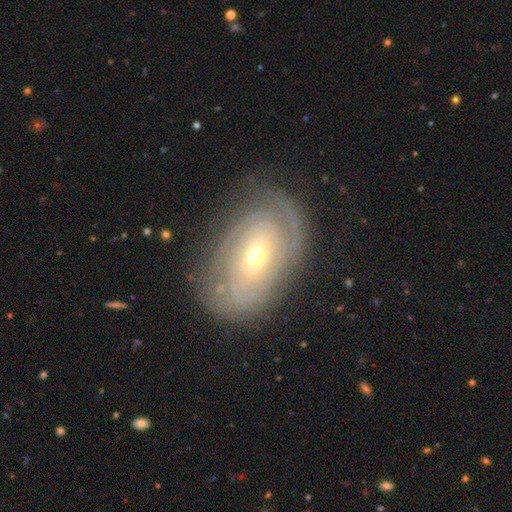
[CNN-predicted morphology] Smooth or featured?
  - featured or disk: 75% *
  - smooth: 17%
  - star or artifact: 8%
Edge-on disk?
  - no: 94% *
  - yes: 6%
Bar?
  - no: 65% *
  - weak: 26%
  - strong: 8%
Spiral arms?
  - yes: 81% *
  - no: 19%
Spiral winding?
  - tight: 75% *
  - medium: 19%
  - loose: 7%
Spiral arm count?
  - can't tell: 53% *
  - 2: 22%
  - 3: 9%
  - 1: 6%
  - 4: 5%
  - more than 4: 4%
Bulge size?
  - small: 65% *
  - moderate: 31%
  - large: 2%
  - dominant: 1%
  - none: 1%
Merging?
  - none: 74% *
  - minor disturbance: 17%
  - major disturbance: 7%
  - merger: 1%